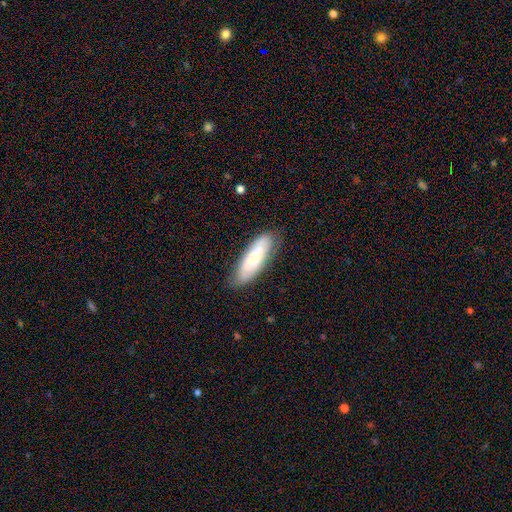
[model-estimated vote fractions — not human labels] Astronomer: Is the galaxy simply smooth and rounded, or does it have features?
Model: smooth — 55% (runner-up: featured or disk, 39%).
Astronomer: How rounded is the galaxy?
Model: in between — 57% (runner-up: cigar-shaped, 41%).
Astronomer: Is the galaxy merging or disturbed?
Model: none — 80%.